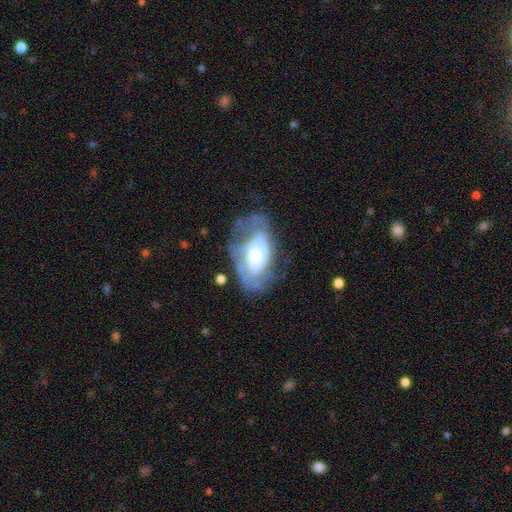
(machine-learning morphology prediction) featured or disk 65%, smooth 27%, star or artifact 7%. Down the decision tree: edge-on disk — no (94%); bar — no (64%); spiral arms — yes (60%); bulge size — moderate (47%); merging — none (40%).